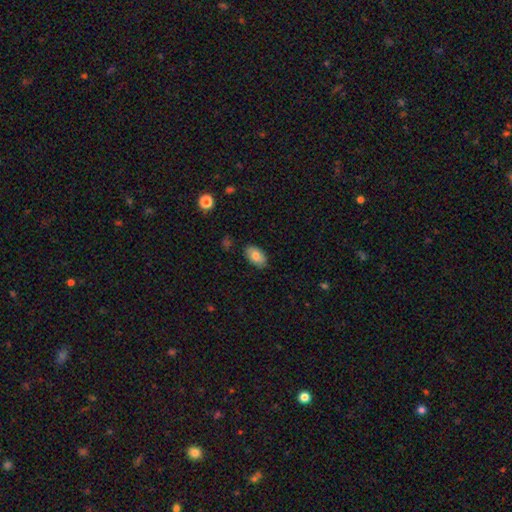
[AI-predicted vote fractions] Smooth or featured: smooth — 83% (featured or disk — 10%)
How rounded: in between — 94% (round — 5%)
Merging: none — 84% (minor disturbance — 12%)